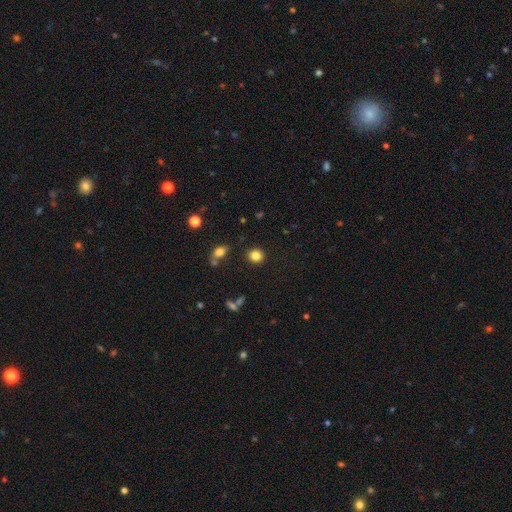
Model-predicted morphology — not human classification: type=smooth (83%); roundness=round (84%); merging=none (88%).